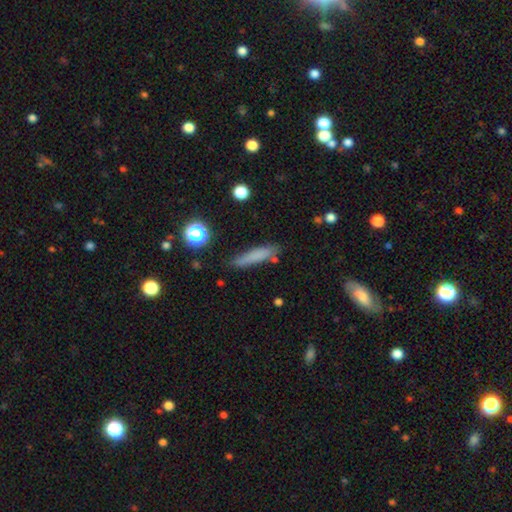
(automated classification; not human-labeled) Morphology: type=smooth (76%); roundness=cigar-shaped (85%); merging=none (79%).